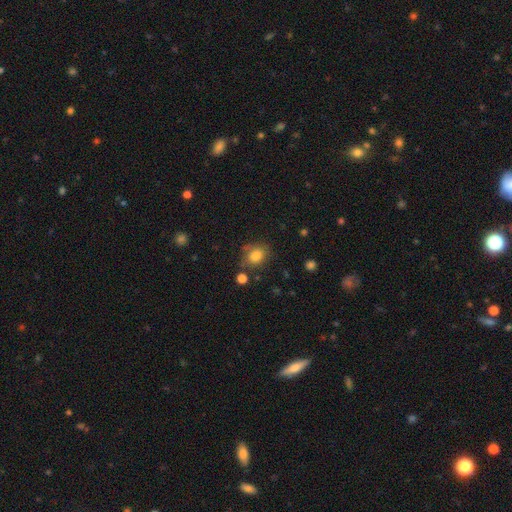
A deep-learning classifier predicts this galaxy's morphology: Smooth or featured?
  - smooth: 82% *
  - star or artifact: 10%
  - featured or disk: 8%
How rounded?
  - round: 53% *
  - in between: 46%
  - cigar-shaped: 1%
Merging?
  - none: 66% *
  - minor disturbance: 21%
  - major disturbance: 7%
  - merger: 6%